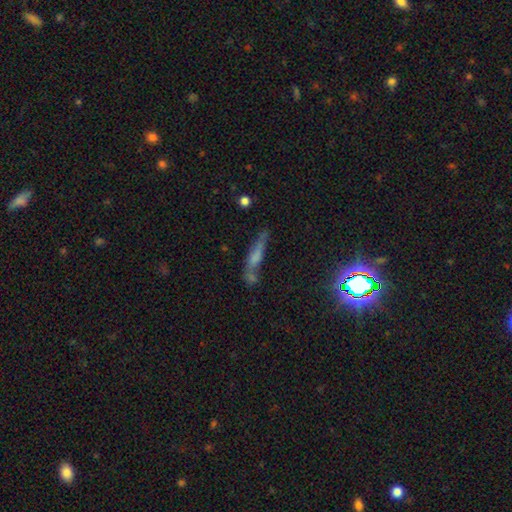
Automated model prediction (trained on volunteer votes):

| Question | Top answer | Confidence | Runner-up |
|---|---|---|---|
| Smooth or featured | smooth | 50% | featured or disk (37%) |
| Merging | none | 51% | minor disturbance (22%) |